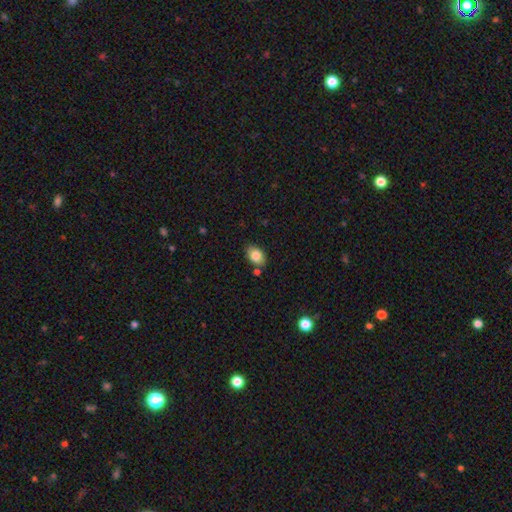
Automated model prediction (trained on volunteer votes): Q: Smooth or featured?
A: smooth (83%); runner-up: featured or disk (9%)
Q: How rounded?
A: in between (83%); runner-up: round (16%)
Q: Merging?
A: none (77%); runner-up: minor disturbance (13%)